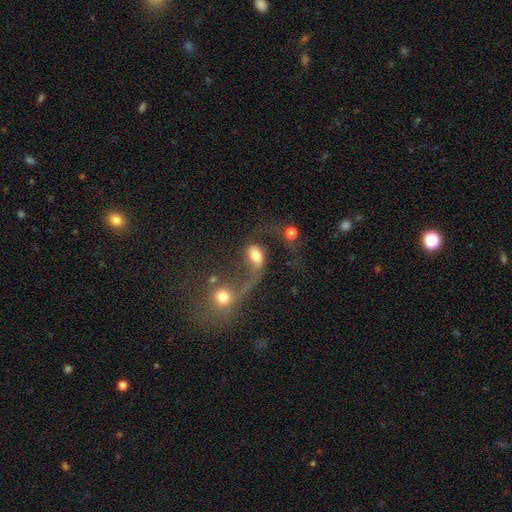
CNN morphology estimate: Smooth or featured?
  - smooth: 45% *
  - featured or disk: 44%
  - star or artifact: 11%
Merging?
  - merger: 43% *
  - major disturbance: 25%
  - none: 21%
  - minor disturbance: 11%